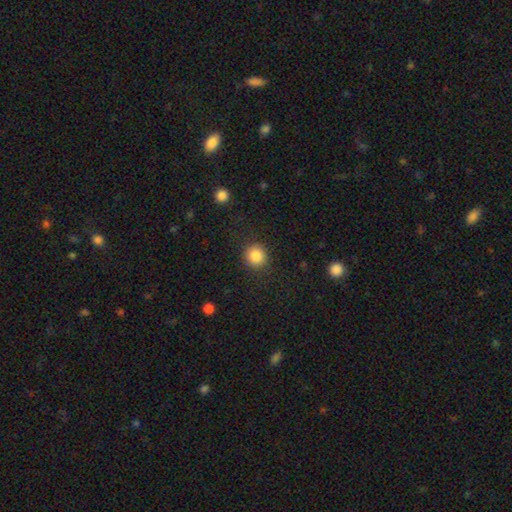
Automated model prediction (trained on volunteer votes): Smooth or featured? Predicted: smooth (p=0.86). How rounded? Predicted: round (p=0.89). Merging? Predicted: none (p=0.87).